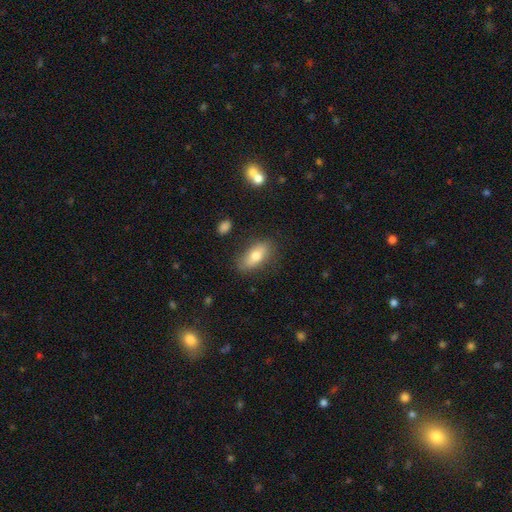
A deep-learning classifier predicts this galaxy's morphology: A smooth galaxy with no disk features (71%) that is in between round and cigar-shaped (83%).

Vote fractions:
- Smooth or featured? smooth: 71% / featured or disk: 21% / star or artifact: 7%
- How rounded? in between: 83% / cigar-shaped: 12% / round: 5%
- Merging? none: 80% / minor disturbance: 15% / major disturbance: 4% / merger: 2%